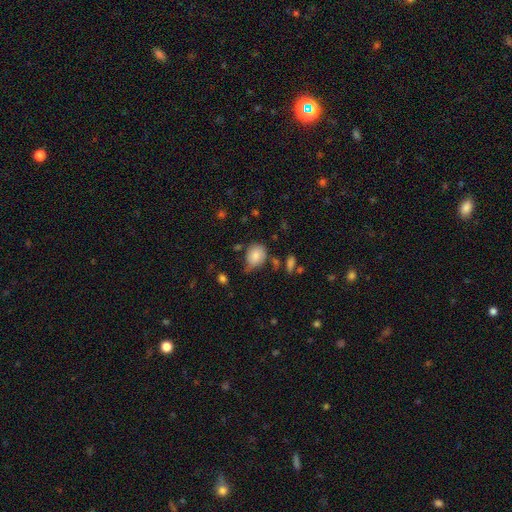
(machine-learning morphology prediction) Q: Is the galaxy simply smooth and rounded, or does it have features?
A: smooth — 81%.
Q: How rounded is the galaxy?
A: round — 50%.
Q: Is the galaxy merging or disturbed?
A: none — 51%.